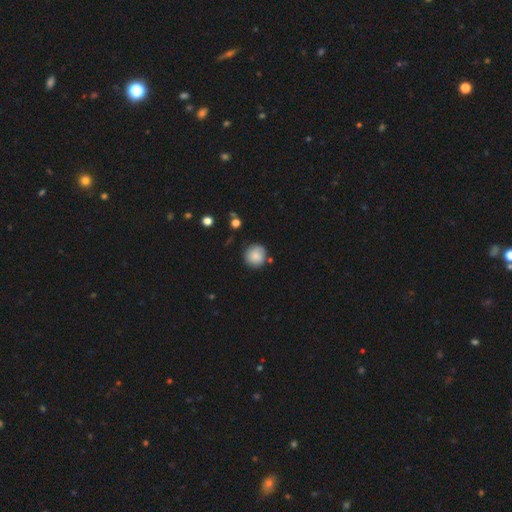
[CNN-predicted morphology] A smooth galaxy with no disk features (82%) that is round (92%). Merging: none (79%).